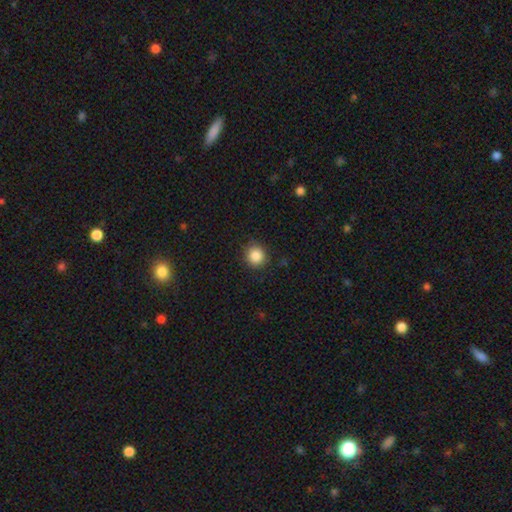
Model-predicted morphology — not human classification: This appears to be a smooth galaxy with no disk features (86%) that is round (90%). Merging: none (89%).